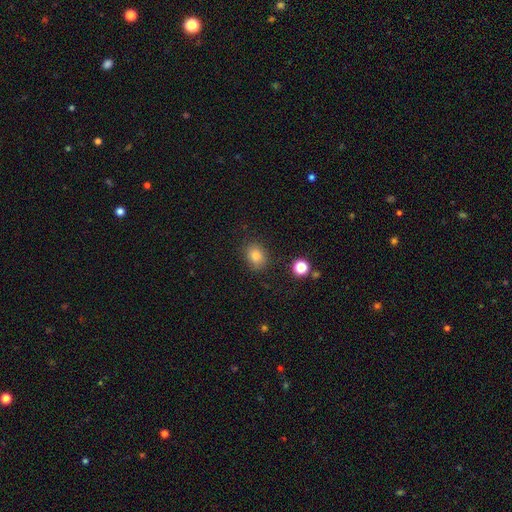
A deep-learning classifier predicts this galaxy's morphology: Overall: smooth (82%). How rounded: in between (51%; round 48%). Merging: none (83%).